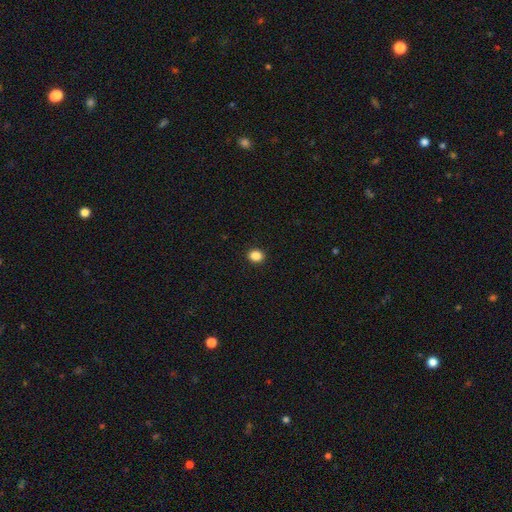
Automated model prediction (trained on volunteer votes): Overall: smooth (87%). How rounded: round (64%; in between 35%). Merging: none (92%).